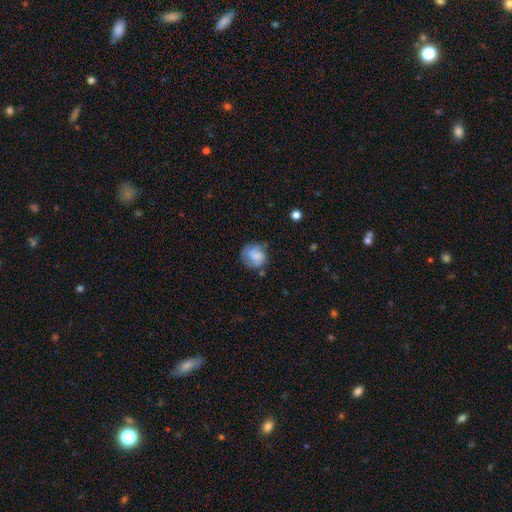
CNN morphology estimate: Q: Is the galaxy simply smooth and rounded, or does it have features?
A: smooth — 64%.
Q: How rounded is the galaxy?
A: round — 69%.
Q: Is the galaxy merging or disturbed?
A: none — 52%.